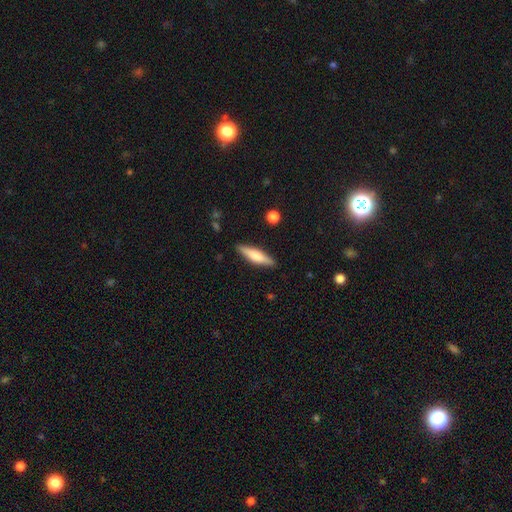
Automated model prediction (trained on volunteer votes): Q: Smooth or featured?
A: smooth (55%); runner-up: featured or disk (39%)
Q: How rounded?
A: cigar-shaped (77%); runner-up: in between (21%)
Q: Merging?
A: none (89%); runner-up: minor disturbance (8%)